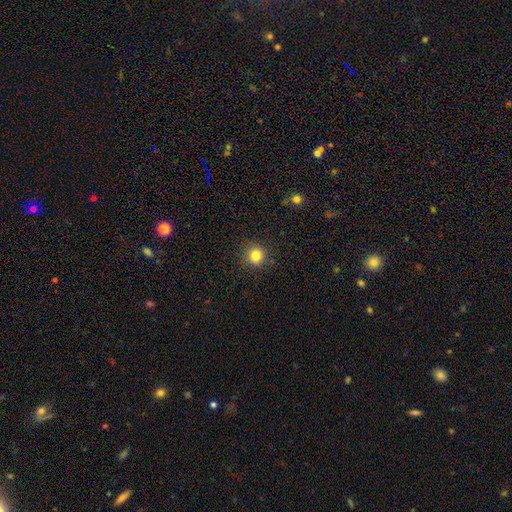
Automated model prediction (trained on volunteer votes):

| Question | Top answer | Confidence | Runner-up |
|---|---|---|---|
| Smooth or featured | smooth | 83% | star or artifact (12%) |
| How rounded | round | 93% | in between (6%) |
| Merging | none | 91% | minor disturbance (6%) |